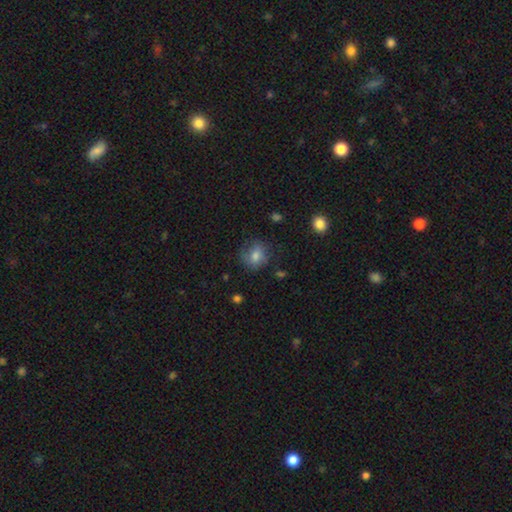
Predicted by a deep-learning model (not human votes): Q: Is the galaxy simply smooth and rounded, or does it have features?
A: smooth — 70%.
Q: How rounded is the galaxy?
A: round — 70%.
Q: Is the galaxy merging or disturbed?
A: none — 63%.